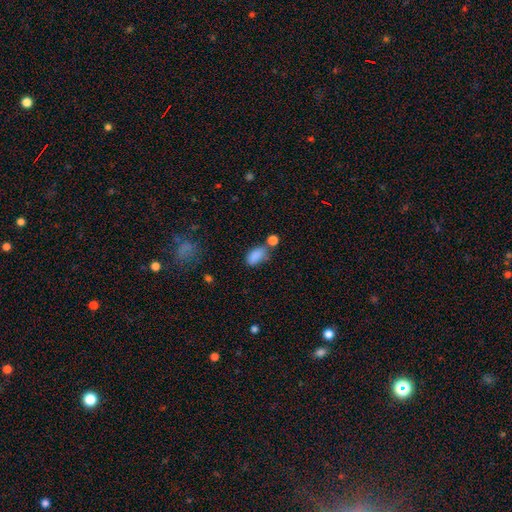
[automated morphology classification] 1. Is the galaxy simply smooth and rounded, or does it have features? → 85% smooth, 9% star or artifact, 6% featured or disk.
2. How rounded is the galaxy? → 91% in between, 6% round, 3% cigar-shaped.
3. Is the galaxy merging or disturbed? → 51% none, 21% minor disturbance, 20% merger, 8% major disturbance.